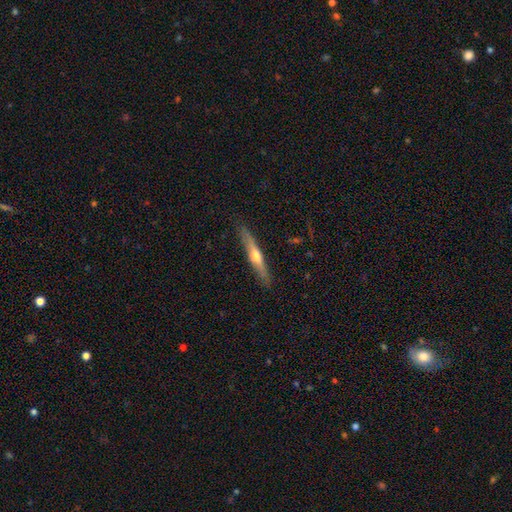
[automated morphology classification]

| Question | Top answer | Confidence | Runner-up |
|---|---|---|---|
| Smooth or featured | featured or disk | 59% | smooth (35%) |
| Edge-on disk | yes | 96% | no (4%) |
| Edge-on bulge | rounded | 86% | none (10%) |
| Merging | none | 89% | minor disturbance (8%) |